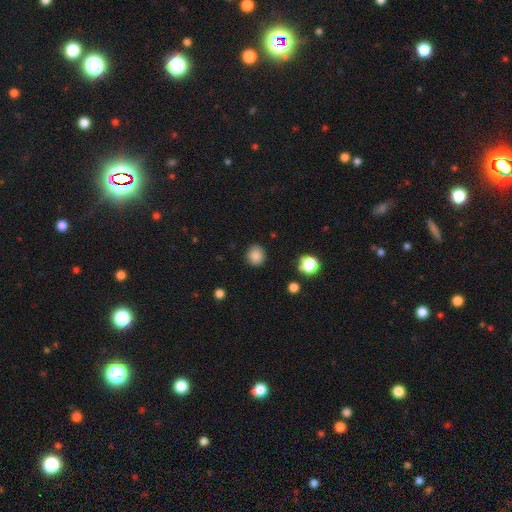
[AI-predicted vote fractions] smooth-or-featured: smooth: 85% | star or artifact: 11% | featured or disk: 4%
  how-rounded: round: 87% | in between: 12% | cigar-shaped: 1%
  merging: none: 88% | minor disturbance: 8% | major disturbance: 2% | merger: 1%